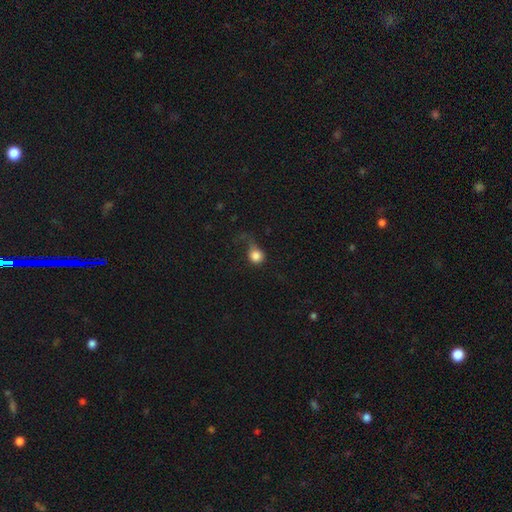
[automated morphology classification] smooth-or-featured: smooth: 82% | featured or disk: 9% | star or artifact: 9%
  how-rounded: round: 83% | in between: 16% | cigar-shaped: 1%
  merging: major disturbance: 36% | none: 33% | minor disturbance: 27% | merger: 4%